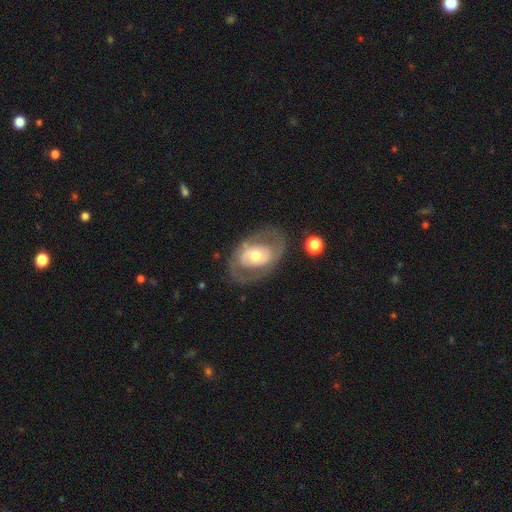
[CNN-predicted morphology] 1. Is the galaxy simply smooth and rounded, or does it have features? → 68% featured or disk, 27% smooth, 5% star or artifact.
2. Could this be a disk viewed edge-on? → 94% no, 6% yes.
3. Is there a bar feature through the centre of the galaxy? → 66% no, 24% weak, 10% strong.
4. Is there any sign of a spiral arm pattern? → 56% no, 44% yes.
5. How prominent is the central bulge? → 66% moderate, 18% small, 13% large, 1% dominant, 1% none.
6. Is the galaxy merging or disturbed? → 74% none, 14% minor disturbance, 10% major disturbance, 2% merger.